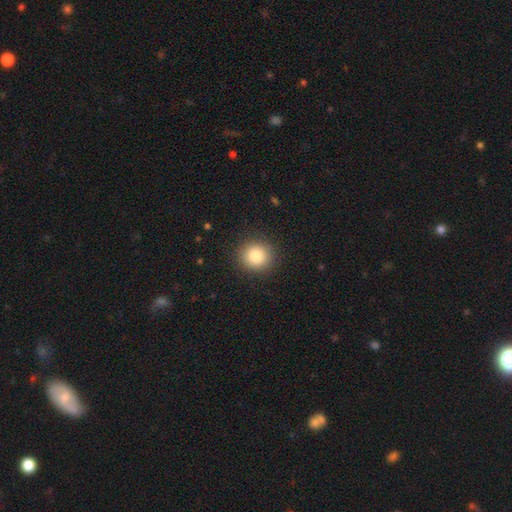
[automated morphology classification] Smooth or featured? Predicted: smooth (p=0.82). How rounded? Predicted: round (p=0.90). Merging? Predicted: none (p=0.90).